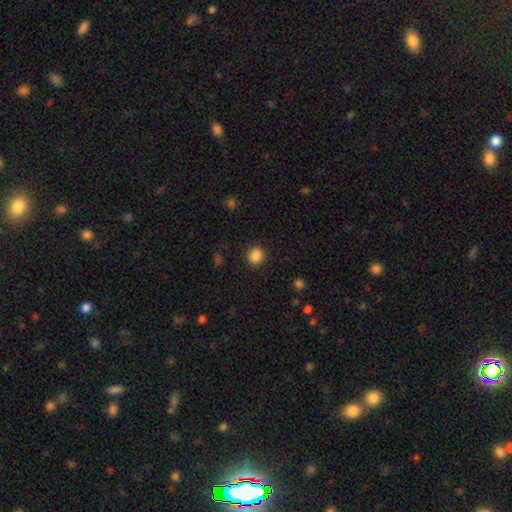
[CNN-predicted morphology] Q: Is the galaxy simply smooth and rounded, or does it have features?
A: smooth — 87%.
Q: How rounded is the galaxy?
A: round — 66%.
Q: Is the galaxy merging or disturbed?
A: none — 88%.